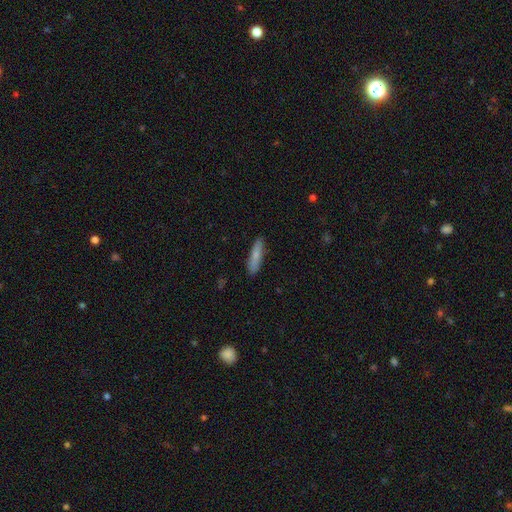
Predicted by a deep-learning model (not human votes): This appears to be a smooth galaxy with no disk features (76%) that is cigar-shaped (79%). Merging: none (88%).